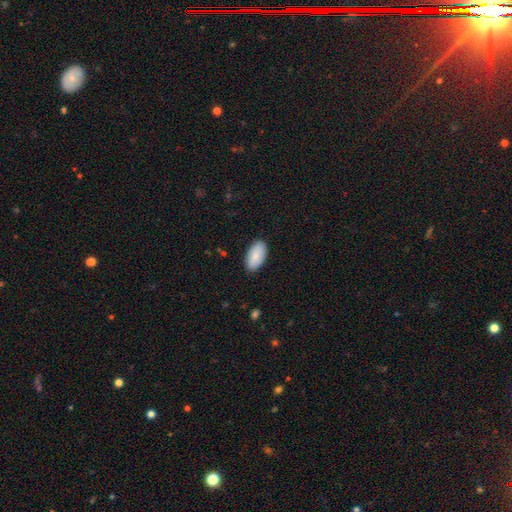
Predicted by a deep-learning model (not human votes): smooth-or-featured: smooth: 85% | featured or disk: 10% | star or artifact: 6%
  how-rounded: in between: 95% | round: 3% | cigar-shaped: 2%
  merging: none: 87% | minor disturbance: 10% | major disturbance: 2% | merger: 1%